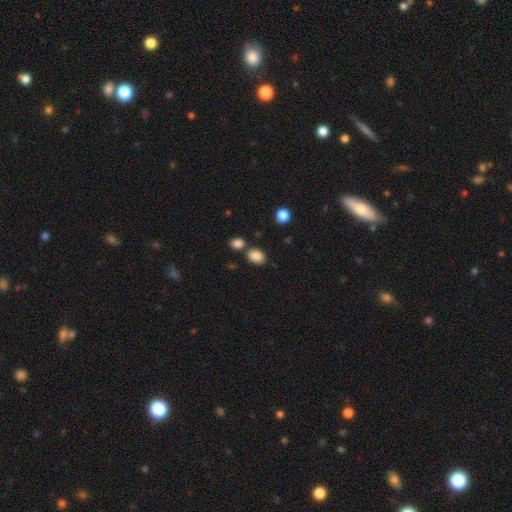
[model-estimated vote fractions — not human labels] A smooth galaxy with no disk features (86%) that is in between round and cigar-shaped (67%).

Vote fractions:
- Smooth or featured? smooth: 86% / star or artifact: 10% / featured or disk: 4%
- How rounded? in between: 67% / round: 32% / cigar-shaped: 1%
- Merging? none: 70% / merger: 15% / minor disturbance: 12% / major disturbance: 3%